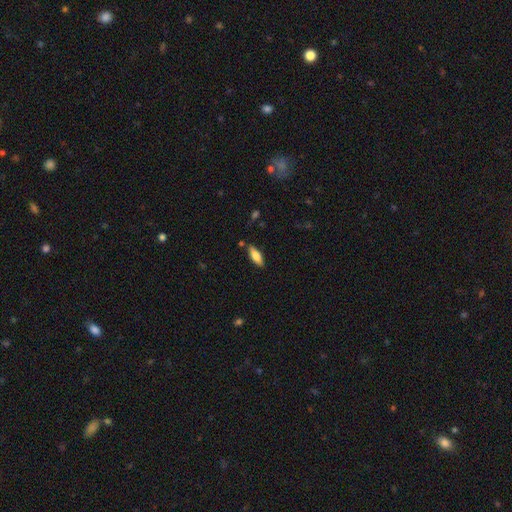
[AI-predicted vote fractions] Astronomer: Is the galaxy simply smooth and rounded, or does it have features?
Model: smooth — 74%.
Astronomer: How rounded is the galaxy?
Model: in between — 64%.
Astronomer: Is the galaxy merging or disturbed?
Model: none — 83%.